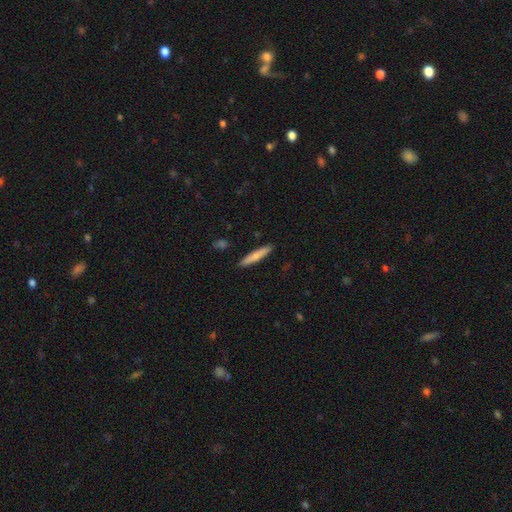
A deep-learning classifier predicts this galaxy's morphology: This is likely a smooth galaxy (74%). How rounded: clearly cigar-shaped (89%). Merging: clearly none (90%).